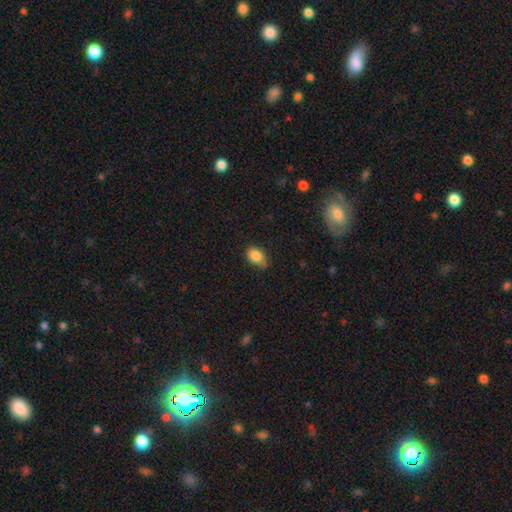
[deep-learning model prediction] Smooth or featured: smooth — 86% (star or artifact — 8%)
How rounded: in between — 80% (round — 18%)
Merging: none — 62% (minor disturbance — 31%)